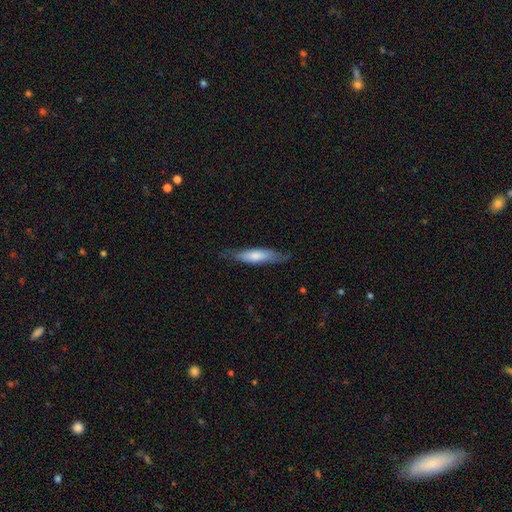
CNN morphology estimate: Smooth or featured? Predicted: smooth (p=0.66). How rounded? Predicted: cigar-shaped (p=0.71). Merging? Predicted: none (p=0.72).